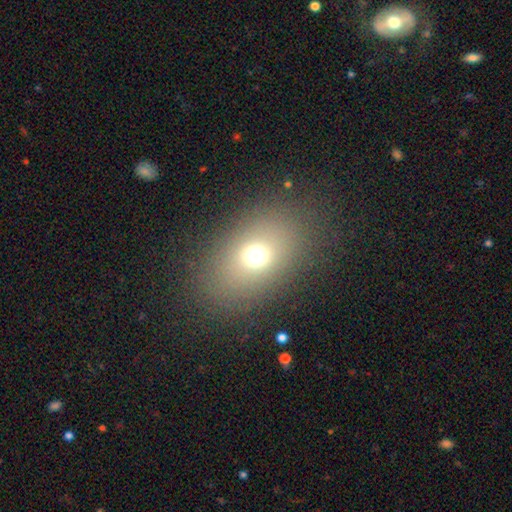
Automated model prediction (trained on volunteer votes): smooth-or-featured: smooth: 67% | star or artifact: 18% | featured or disk: 15%
  how-rounded: in between: 71% | round: 27% | cigar-shaped: 2%
  merging: none: 82% | minor disturbance: 10% | major disturbance: 6% | merger: 1%